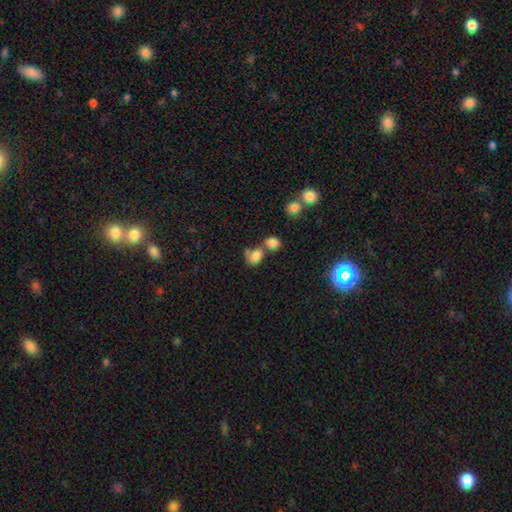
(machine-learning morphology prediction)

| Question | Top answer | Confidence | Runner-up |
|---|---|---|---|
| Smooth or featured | smooth | 79% | star or artifact (11%) |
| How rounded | in between | 65% | round (33%) |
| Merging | merger | 49% | none (31%) |